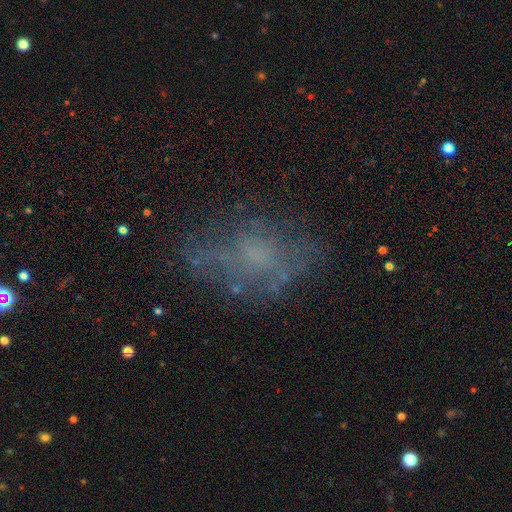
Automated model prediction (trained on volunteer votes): Q: Smooth or featured?
A: featured or disk (46%); runner-up: smooth (34%)
Q: Merging?
A: none (53%); runner-up: major disturbance (23%)